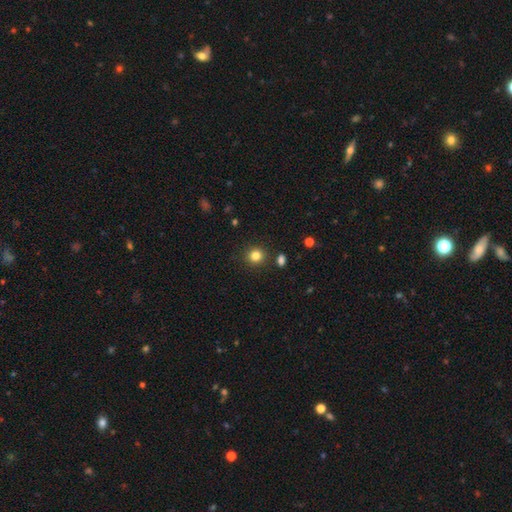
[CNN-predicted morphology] This appears to be a smooth galaxy with no disk features (83%) that is round (90%). Merging: none (88%).